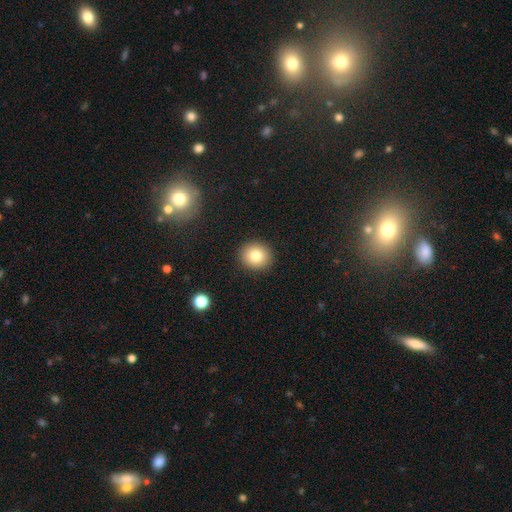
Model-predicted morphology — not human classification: Smooth or featured? Predicted: smooth (p=0.81). How rounded? Predicted: round (p=0.84). Merging? Predicted: none (p=0.91).